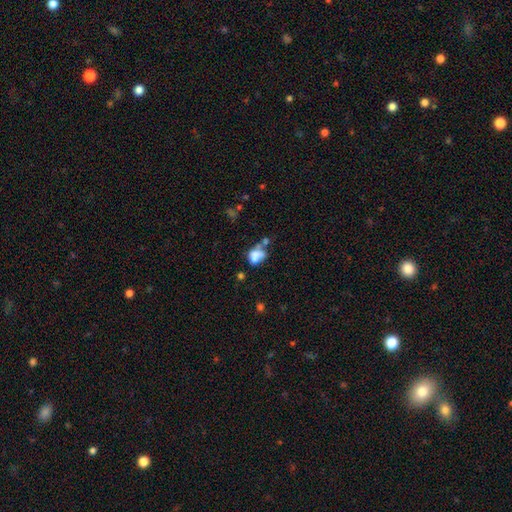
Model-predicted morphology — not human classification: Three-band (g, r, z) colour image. It shows a smooth galaxy with no disk features (64%) that is in between round and cigar-shaped (68%). Merging: merger (39%).